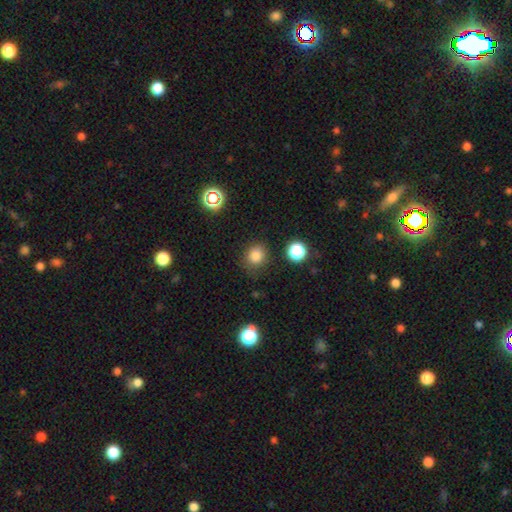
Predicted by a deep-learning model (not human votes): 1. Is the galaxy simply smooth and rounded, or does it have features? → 82% smooth, 14% star or artifact, 5% featured or disk.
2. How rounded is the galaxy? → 81% round, 18% in between, 1% cigar-shaped.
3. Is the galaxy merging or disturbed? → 81% none, 12% minor disturbance, 4% major disturbance, 2% merger.